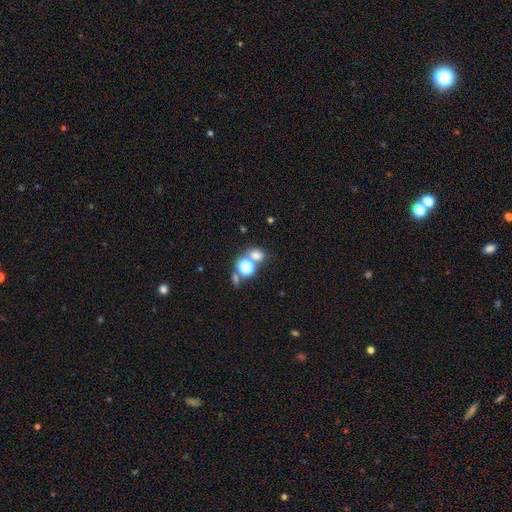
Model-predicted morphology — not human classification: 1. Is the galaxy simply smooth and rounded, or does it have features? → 66% smooth, 25% star or artifact, 9% featured or disk.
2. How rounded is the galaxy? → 51% round, 48% in between, 1% cigar-shaped.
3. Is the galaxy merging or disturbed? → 58% none, 28% merger, 10% minor disturbance, 5% major disturbance.